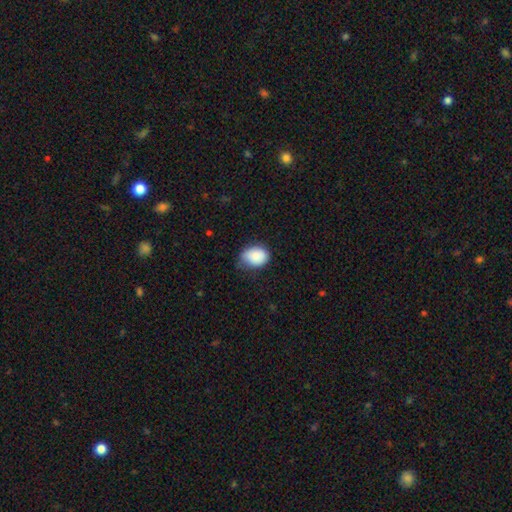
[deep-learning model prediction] smooth 87%, star or artifact 7%, featured or disk 6%. Down the decision tree: how rounded — in between (63%); merging — none (56%).